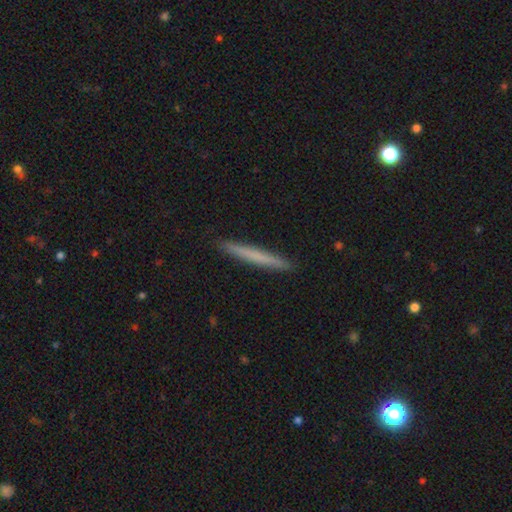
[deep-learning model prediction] Smooth or featured: smooth — 65% (featured or disk — 30%)
How rounded: cigar-shaped — 97% (in between — 2%)
Merging: none — 92% (minor disturbance — 5%)